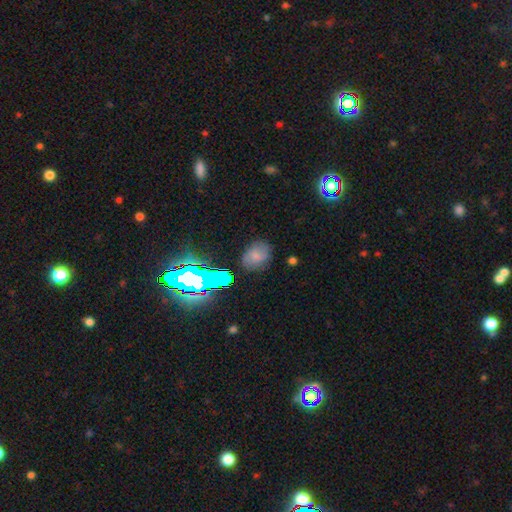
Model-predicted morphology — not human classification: smooth-or-featured: smooth: 59% | featured or disk: 24% | star or artifact: 17%
  how-rounded: in between: 62% | round: 37% | cigar-shaped: 1%
  merging: none: 72% | minor disturbance: 19% | major disturbance: 6% | merger: 3%